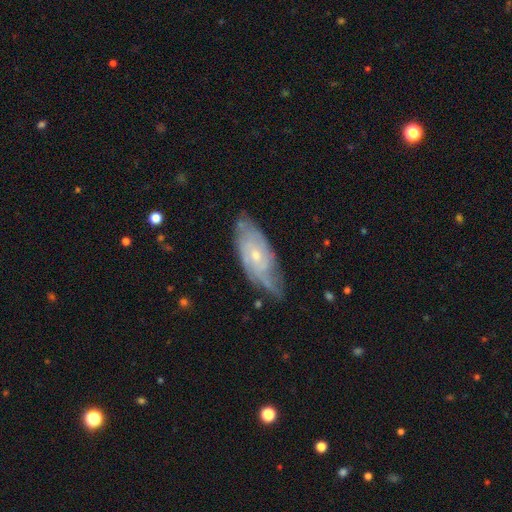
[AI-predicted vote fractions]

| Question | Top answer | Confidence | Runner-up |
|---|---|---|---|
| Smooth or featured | featured or disk | 74% | smooth (20%) |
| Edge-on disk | no | 87% | yes (13%) |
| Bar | no | 70% | weak (26%) |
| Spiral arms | yes | 88% | no (12%) |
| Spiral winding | tight | 57% | medium (32%) |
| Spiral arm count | can't tell | 49% | 2 (23%) |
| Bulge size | small | 63% | moderate (33%) |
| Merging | none | 64% | minor disturbance (27%) |